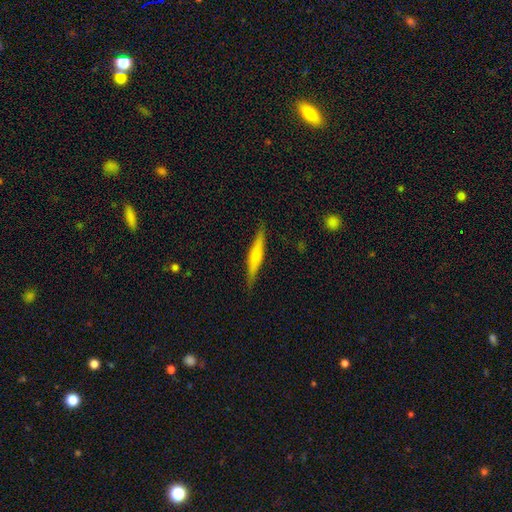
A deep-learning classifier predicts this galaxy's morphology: A smooth galaxy with no disk features (48%).

Vote fractions:
- Smooth or featured? smooth: 48% / featured or disk: 46% / star or artifact: 6%
- Merging? none: 88% / minor disturbance: 9% / major disturbance: 2% / merger: 1%